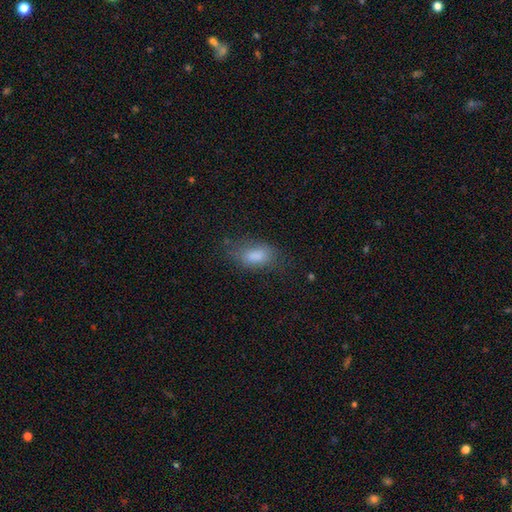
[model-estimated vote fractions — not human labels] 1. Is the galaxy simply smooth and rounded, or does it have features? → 81% smooth, 10% featured or disk, 9% star or artifact.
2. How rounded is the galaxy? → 88% in between, 6% cigar-shaped, 6% round.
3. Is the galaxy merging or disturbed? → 62% none, 24% minor disturbance, 12% major disturbance, 2% merger.